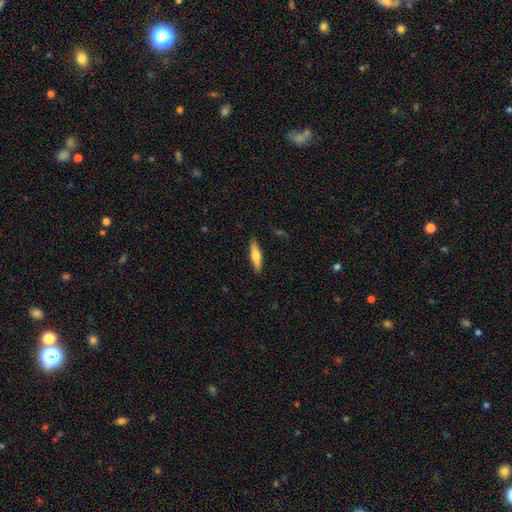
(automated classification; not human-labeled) The model was most divided on "smooth or featured": smooth: 60%, featured or disk: 34%, star or artifact: 6%. More confident: merging — none (89%); how rounded — cigar-shaped (71%).